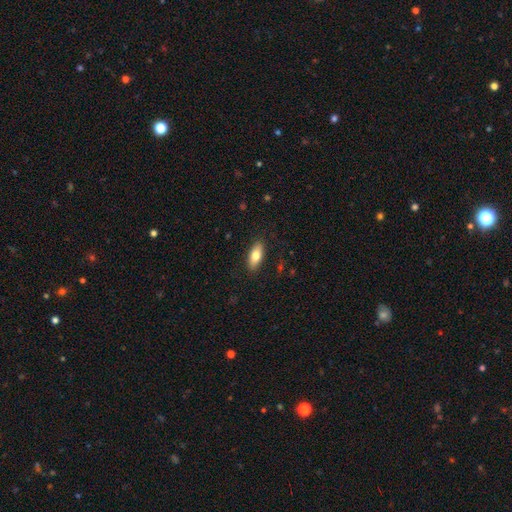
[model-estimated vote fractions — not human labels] A smooth galaxy with no disk features (78%) that is in between round and cigar-shaped (81%).

Vote fractions:
- Smooth or featured? smooth: 78% / featured or disk: 16% / star or artifact: 6%
- How rounded? in between: 81% / cigar-shaped: 16% / round: 3%
- Merging? none: 88% / minor disturbance: 9% / major disturbance: 2% / merger: 1%